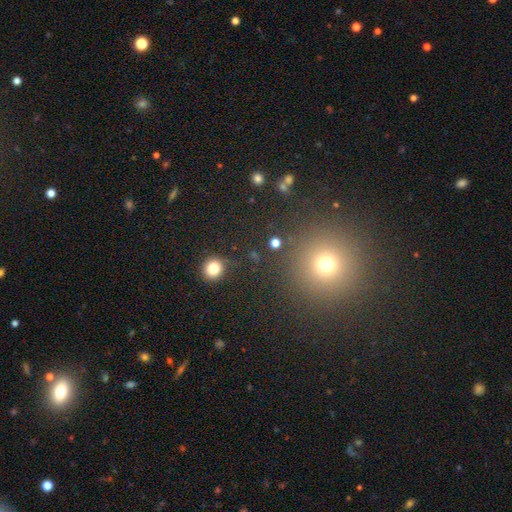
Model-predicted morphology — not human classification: smooth-or-featured: smooth: 56% | star or artifact: 38% | featured or disk: 6%
  how-rounded: round: 95% | in between: 4% | cigar-shaped: 1%
  merging: none: 91% | minor disturbance: 5% | major disturbance: 2% | merger: 2%